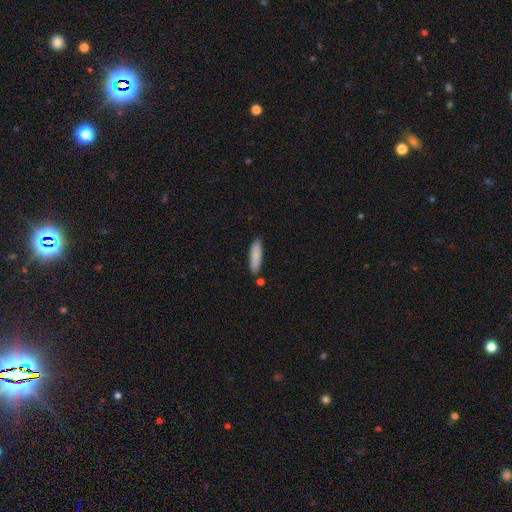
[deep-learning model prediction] Smooth or featured?
  - smooth: 85% *
  - featured or disk: 8%
  - star or artifact: 6%
How rounded?
  - cigar-shaped: 66% *
  - in between: 33%
  - round: 1%
Merging?
  - none: 81% *
  - minor disturbance: 11%
  - merger: 5%
  - major disturbance: 2%